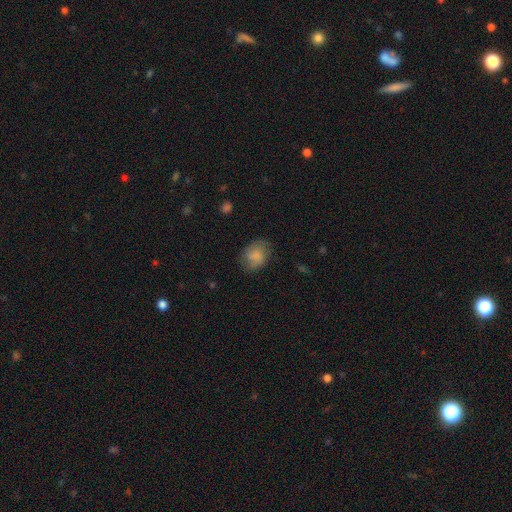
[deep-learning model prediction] A smooth galaxy with no disk features (75%) that is in between round and cigar-shaped (60%).

Vote fractions:
- Smooth or featured? smooth: 75% / featured or disk: 17% / star or artifact: 8%
- How rounded? in between: 60% / round: 39% / cigar-shaped: 1%
- Merging? none: 68% / minor disturbance: 22% / major disturbance: 8% / merger: 1%